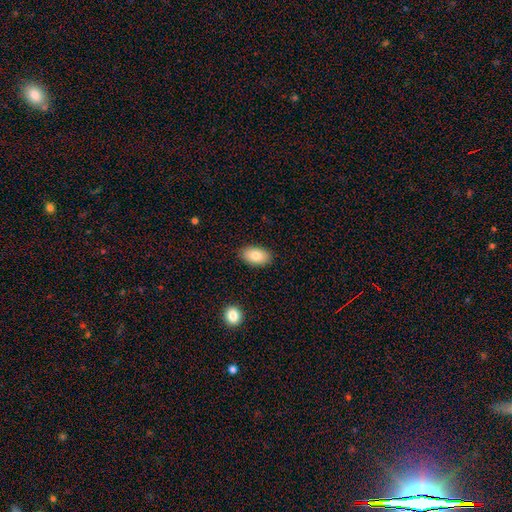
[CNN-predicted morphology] This is clearly a smooth galaxy (82%). How rounded: clearly in between (94%). Merging: clearly none (88%).